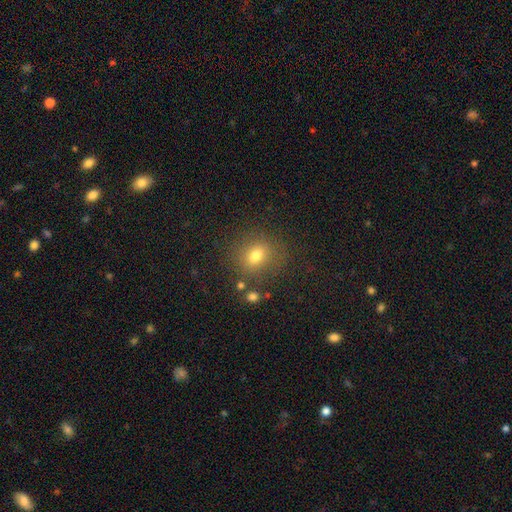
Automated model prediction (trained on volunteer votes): A smooth galaxy with no disk features (73%) that is round (66%). Merging: none (80%).